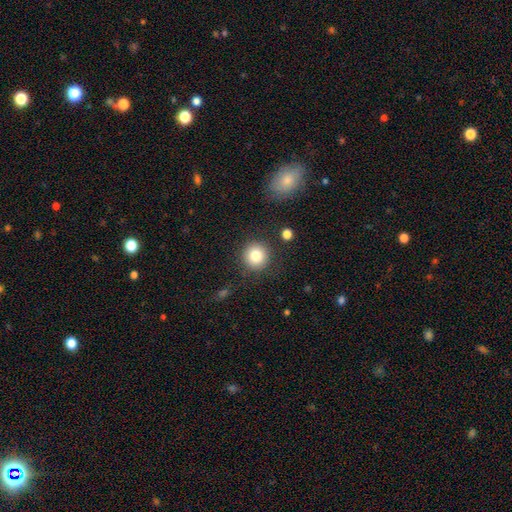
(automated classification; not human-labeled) smooth_or_featured: smooth (p=0.81) [alt: star or artifact p=0.10]
how_rounded: round (p=0.93) [alt: in between p=0.06]
merging: none (p=0.86) [alt: minor disturbance p=0.08]